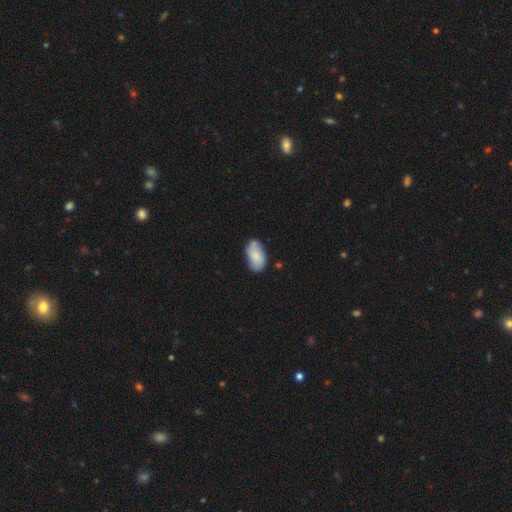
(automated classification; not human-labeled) Smooth or featured: smooth — 70% (featured or disk — 23%)
How rounded: in between — 93% (round — 5%)
Merging: none — 61% (minor disturbance — 25%)